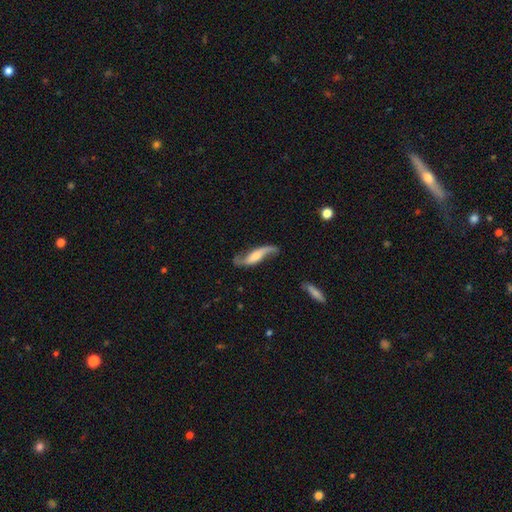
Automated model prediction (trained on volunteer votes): A featured or disk galaxy (78%) with no bar (44%), 2 (90%) loose (82%) spiral arms (94%) and a moderate central bulge (37%).

Vote fractions:
- Smooth or featured? featured or disk: 78% / smooth: 16% / star or artifact: 6%
- Edge-on disk? no: 83% / yes: 17%
- Bar? no: 44% / weak: 35% / strong: 21%
- Spiral arms? yes: 94% / no: 6%
- Spiral winding? loose: 82% / medium: 13% / tight: 4%
- Spiral arm count? 2: 90% / 1: 4% / can't tell: 3% / 3: 1% / 4: 1% / more than 4: 1%
- Bulge size? moderate: 37% / small: 26% / large: 17% / none: 17% / dominant: 3%
- Merging? none: 67% / minor disturbance: 20% / major disturbance: 10% / merger: 3%